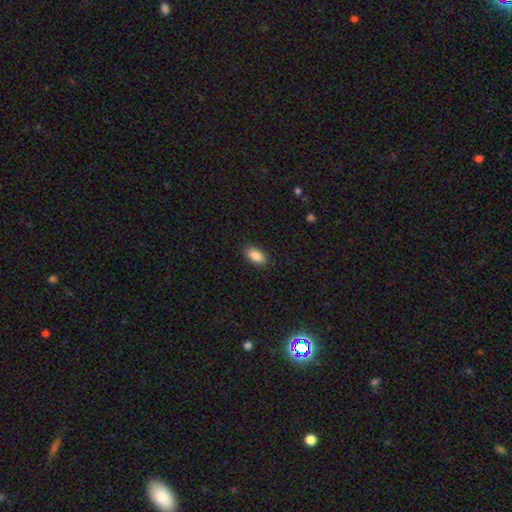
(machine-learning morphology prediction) Overall: smooth (87%). How rounded: in between (92%). Merging: none (88%).